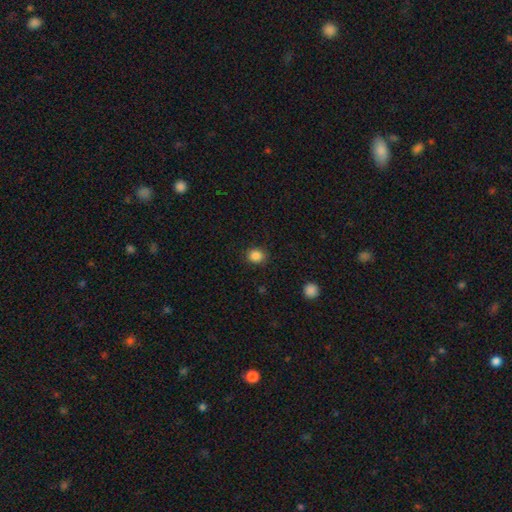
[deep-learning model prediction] smooth-or-featured: smooth: 86% | star or artifact: 10% | featured or disk: 3%
  how-rounded: round: 72% | in between: 27% | cigar-shaped: 1%
  merging: none: 89% | minor disturbance: 8% | major disturbance: 2% | merger: 1%